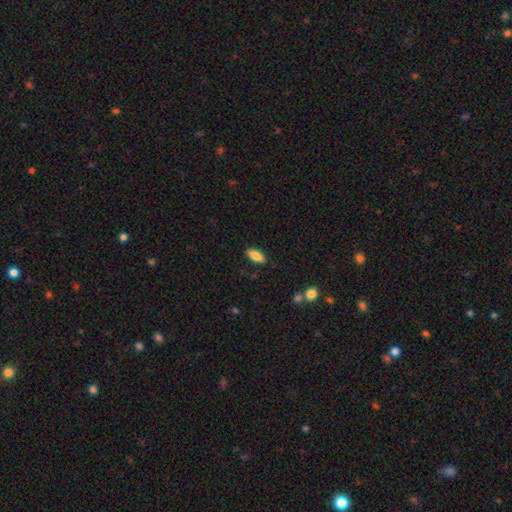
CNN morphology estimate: A smooth galaxy with no disk features (84%) that is in between round and cigar-shaped (82%). Merging: none (87%).